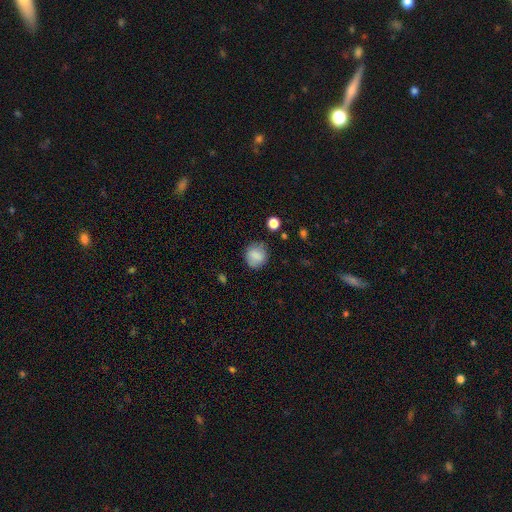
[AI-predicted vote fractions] A smooth galaxy with no disk features (83%) that is round (83%). Merging: none (80%).